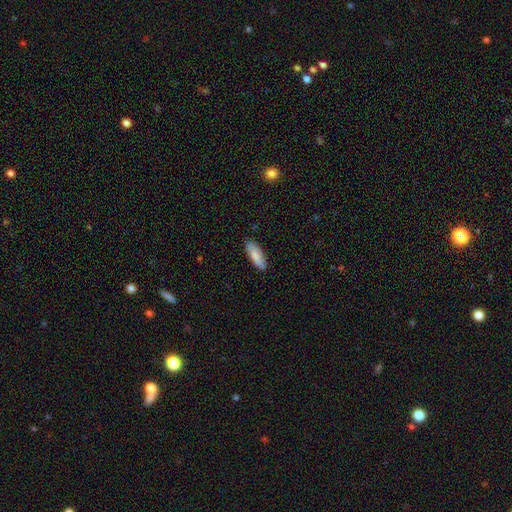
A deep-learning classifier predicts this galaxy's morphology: This appears to be a smooth galaxy with no disk features (83%) that is in between round and cigar-shaped (56%). Merging: none (86%).